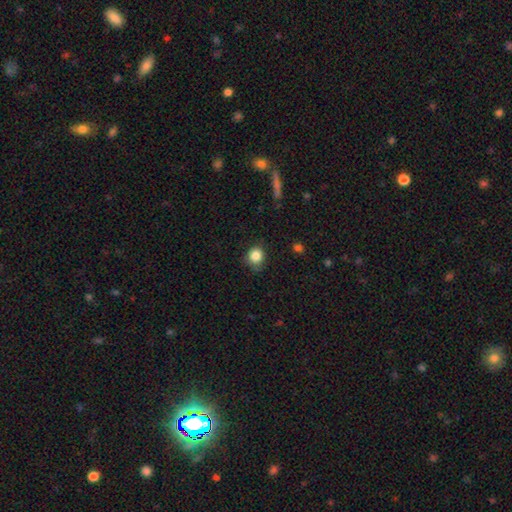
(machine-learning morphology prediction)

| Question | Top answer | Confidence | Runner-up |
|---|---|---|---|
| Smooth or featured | smooth | 84% | star or artifact (10%) |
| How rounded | round | 79% | in between (20%) |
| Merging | none | 75% | minor disturbance (20%) |